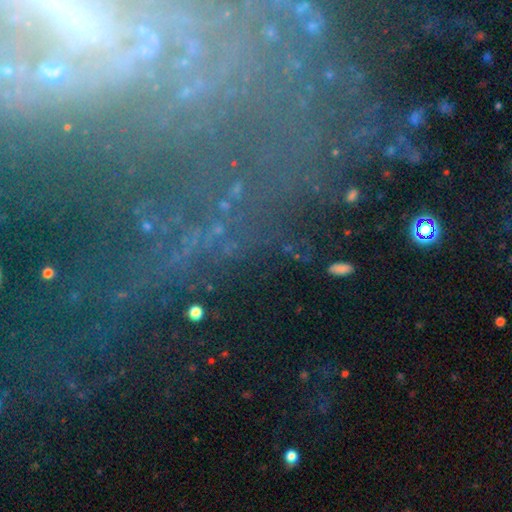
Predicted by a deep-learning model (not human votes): Morphology: type=star or artifact (56%).